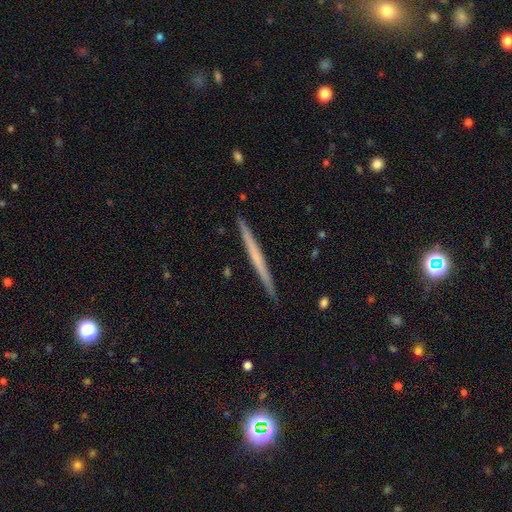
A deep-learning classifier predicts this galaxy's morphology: Smooth or featured: featured or disk — 52% (smooth — 42%)
Edge-on disk: yes — 98% (no — 2%)
Edge-on bulge: none — 88% (rounded — 8%)
Merging: none — 92% (minor disturbance — 6%)